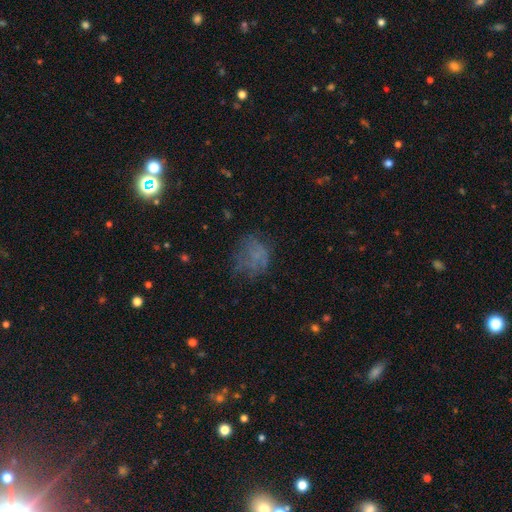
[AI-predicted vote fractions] smooth_or_featured: smooth (p=0.45) [alt: featured or disk p=0.31]
merging: none (p=0.52) [alt: major disturbance p=0.25]